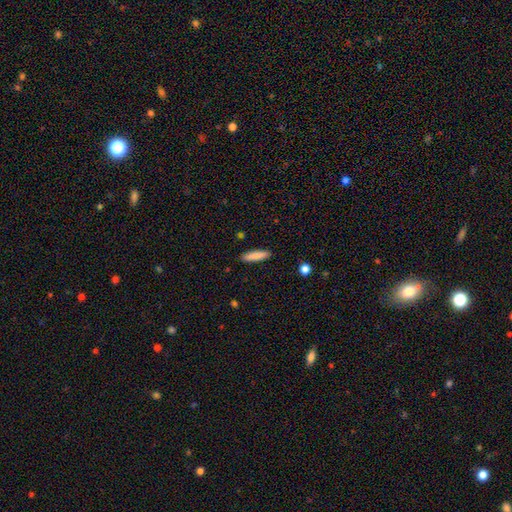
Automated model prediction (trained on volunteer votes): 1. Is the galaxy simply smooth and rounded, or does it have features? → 86% smooth, 8% featured or disk, 6% star or artifact.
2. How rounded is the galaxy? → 79% cigar-shaped, 19% in between, 1% round.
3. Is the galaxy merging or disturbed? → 90% none, 7% minor disturbance, 2% major disturbance, 1% merger.